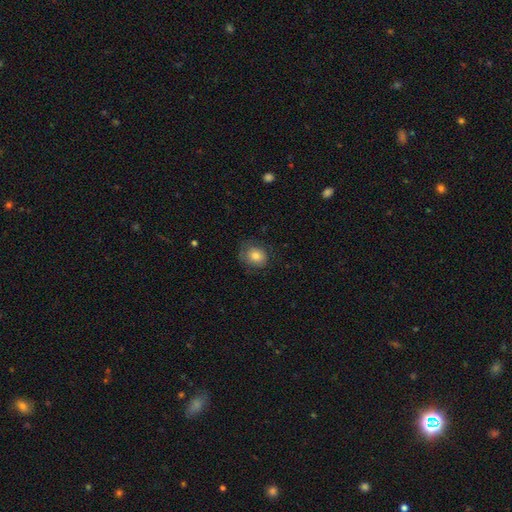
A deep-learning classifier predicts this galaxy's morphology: This appears to be a smooth galaxy with no disk features (77%) that is round (62%). Merging: none (67%).